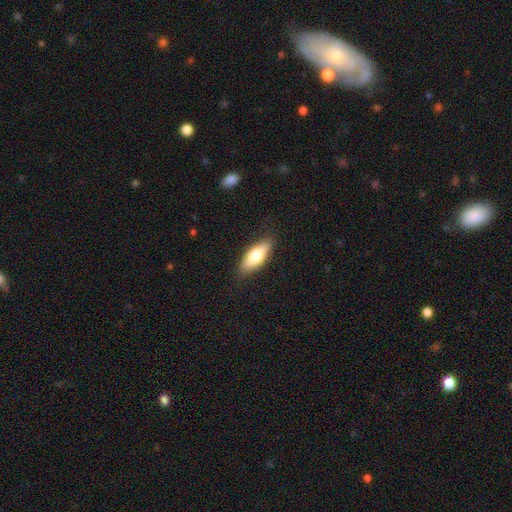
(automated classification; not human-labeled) Smooth or featured: smooth — 73% (featured or disk — 21%)
How rounded: in between — 70% (cigar-shaped — 27%)
Merging: none — 86% (minor disturbance — 11%)